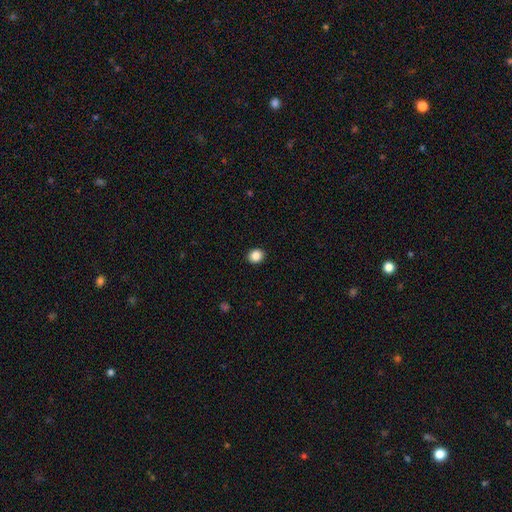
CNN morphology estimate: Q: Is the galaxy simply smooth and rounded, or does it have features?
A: smooth — 87%.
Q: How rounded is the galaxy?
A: round — 70%.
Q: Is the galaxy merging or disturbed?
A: none — 92%.